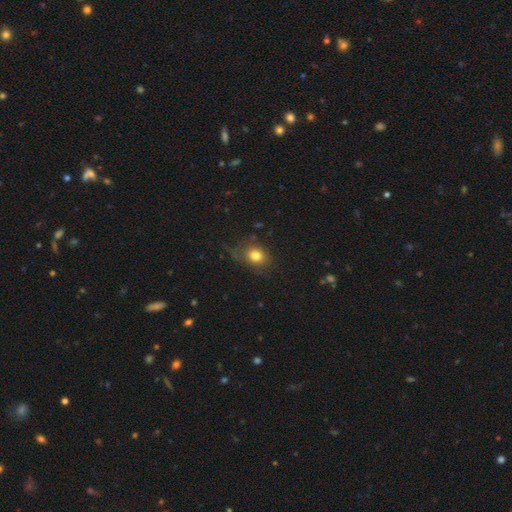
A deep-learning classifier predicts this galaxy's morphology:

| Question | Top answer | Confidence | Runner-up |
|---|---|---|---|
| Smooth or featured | smooth | 80% | star or artifact (11%) |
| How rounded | round | 58% | in between (40%) |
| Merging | none | 68% | minor disturbance (22%) |